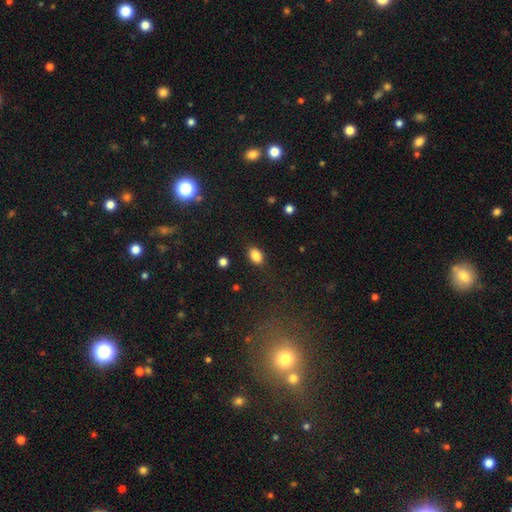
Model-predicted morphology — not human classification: This is clearly a smooth galaxy (86%). How rounded: clearly in between (83%). Merging: clearly none (83%).